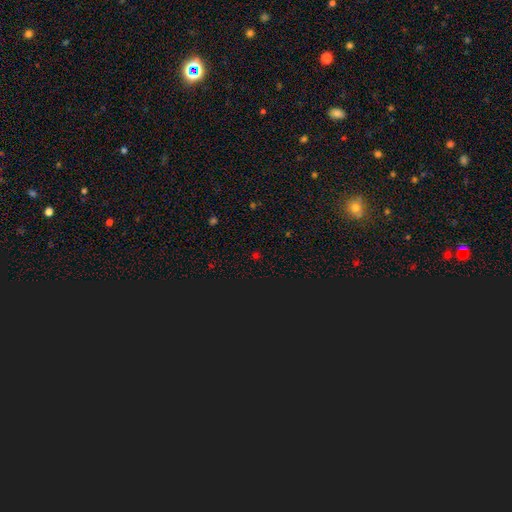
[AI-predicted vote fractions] Q: Smooth or featured?
A: star or artifact (59%); runner-up: smooth (35%)